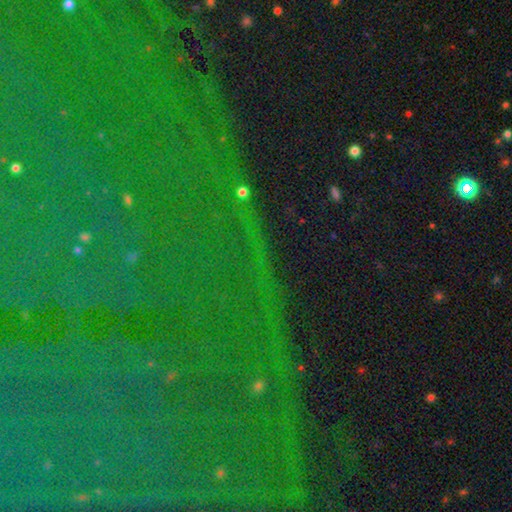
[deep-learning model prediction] Smooth or featured: star or artifact — 83% (featured or disk — 9%)